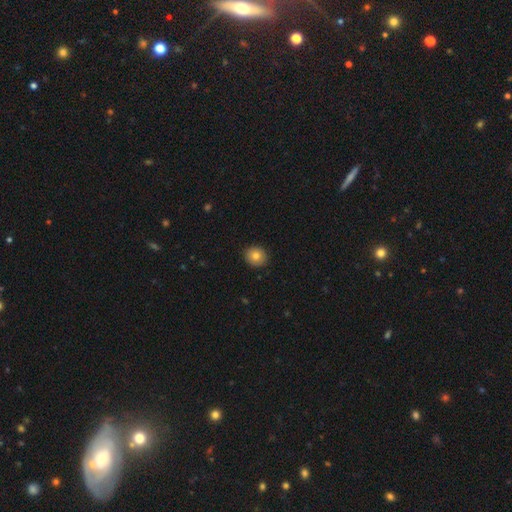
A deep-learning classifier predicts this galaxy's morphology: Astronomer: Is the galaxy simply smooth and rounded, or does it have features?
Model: smooth — 81%.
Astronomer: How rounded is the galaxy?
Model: round — 85%.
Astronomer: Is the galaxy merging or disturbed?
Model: none — 91%.